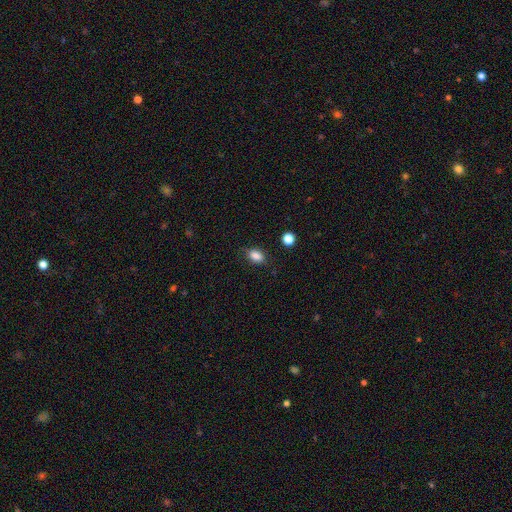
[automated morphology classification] Smooth or featured? Predicted: smooth (p=0.86). How rounded? Predicted: in between (p=0.81). Merging? Predicted: none (p=0.81).